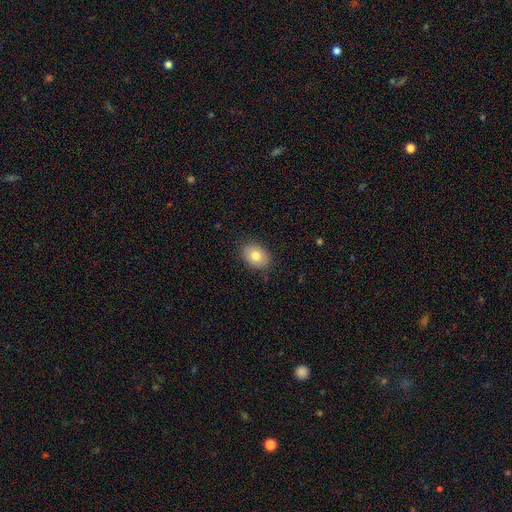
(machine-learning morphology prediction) type=smooth (80%); roundness=in between (67%); merging=none (86%).